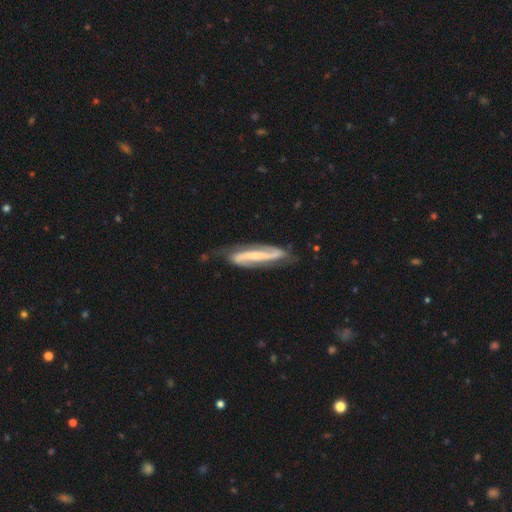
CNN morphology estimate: The model was most divided on "spiral winding": loose: 42%, medium: 39%, tight: 19%. More confident: spiral arms — yes (95%); spiral arm count — 2 (90%); smooth or featured — featured or disk (82%); edge-on disk — no (79%); merging — none (68%); bulge size — small (53%); bar — strong (53%).